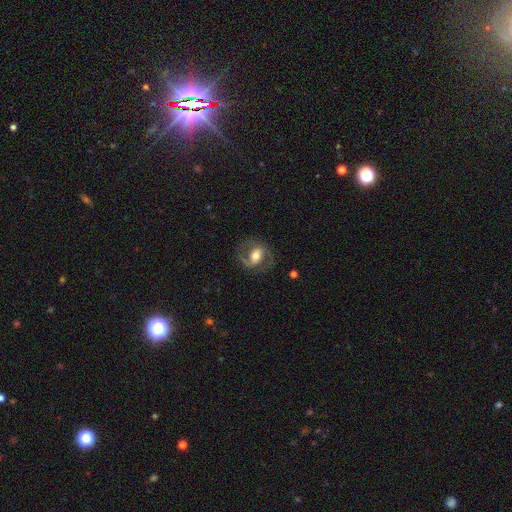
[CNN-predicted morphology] A featured or disk galaxy (68%) with a weak bar (36%), 2 (86%) medium (53%) spiral arms (79%) and a moderate central bulge (61%). Merging: none (71%).